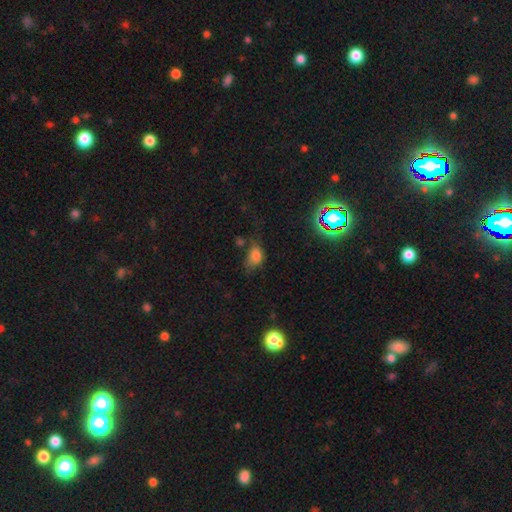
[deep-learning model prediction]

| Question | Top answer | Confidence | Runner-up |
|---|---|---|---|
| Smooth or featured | smooth | 74% | star or artifact (15%) |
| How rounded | in between | 78% | round (20%) |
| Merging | none | 37% | minor disturbance (32%) |